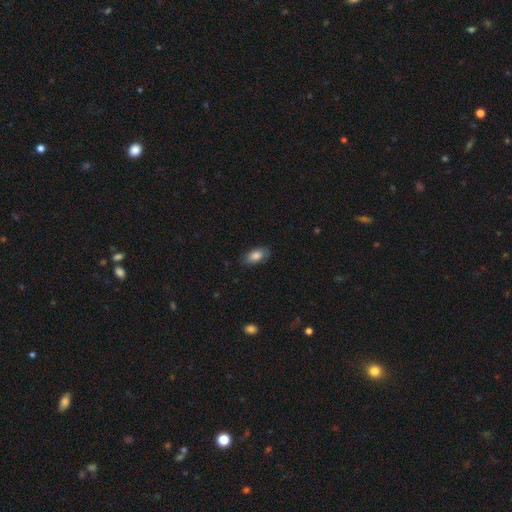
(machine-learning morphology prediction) A smooth galaxy with no disk features (83%) that is in between round and cigar-shaped (91%).

Vote fractions:
- Smooth or featured? smooth: 83% / featured or disk: 10% / star or artifact: 7%
- How rounded? in between: 91% / cigar-shaped: 5% / round: 4%
- Merging? none: 83% / minor disturbance: 14% / major disturbance: 3% / merger: 1%